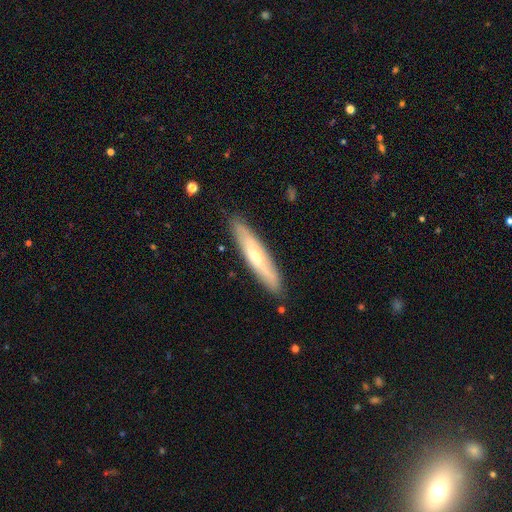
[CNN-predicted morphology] smooth 51%, featured or disk 44%, star or artifact 6%. Down the decision tree: how rounded — cigar-shaped (85%); merging — none (86%).